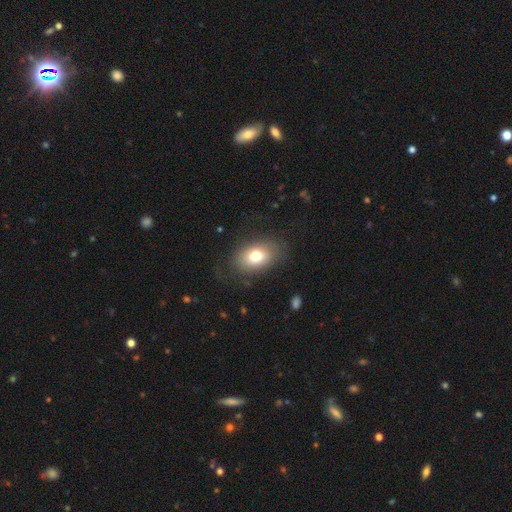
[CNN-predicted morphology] smooth 73%, featured or disk 17%, star or artifact 10%. Down the decision tree: how rounded — in between (81%); merging — none (77%).